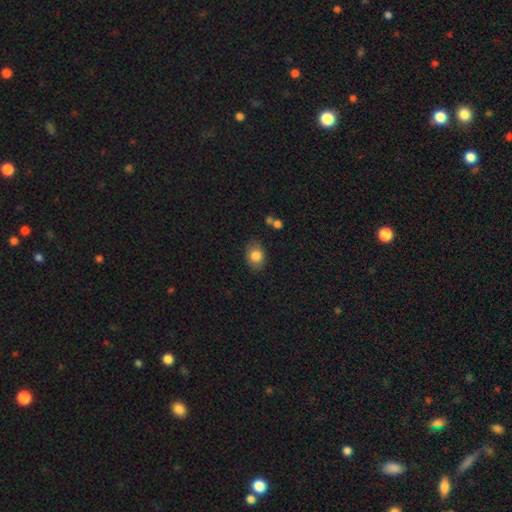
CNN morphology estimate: Smooth or featured: smooth — 83% (star or artifact — 9%)
How rounded: in between — 62% (round — 37%)
Merging: none — 81% (minor disturbance — 13%)